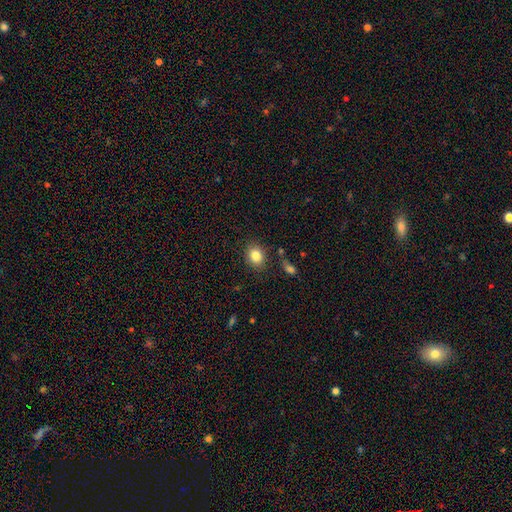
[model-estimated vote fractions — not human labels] smooth-or-featured: smooth: 84% | star or artifact: 10% | featured or disk: 7%
  how-rounded: round: 55% | in between: 44% | cigar-shaped: 1%
  merging: none: 83% | minor disturbance: 10% | major disturbance: 3% | merger: 3%